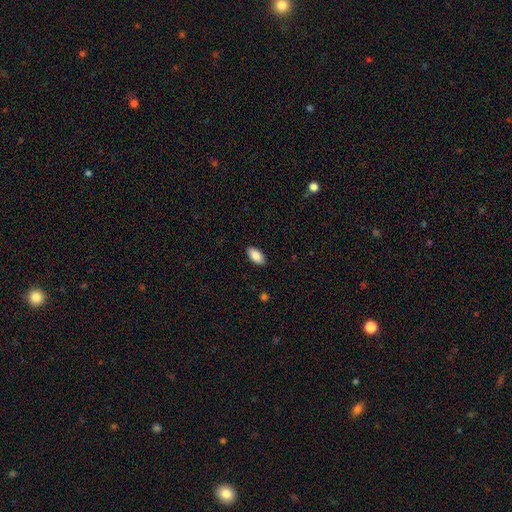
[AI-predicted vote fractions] This is clearly a smooth galaxy (89%). How rounded: clearly in between (93%). Merging: clearly none (89%).